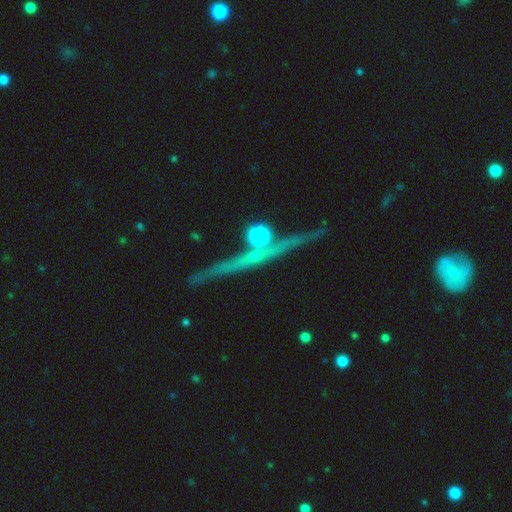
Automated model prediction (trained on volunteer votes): The model was most divided on "edge-on bulge": none: 51%, rounded: 41%, boxy: 8%. More confident: edge-on disk — yes (94%); merging — none (81%); smooth or featured — featured or disk (62%).